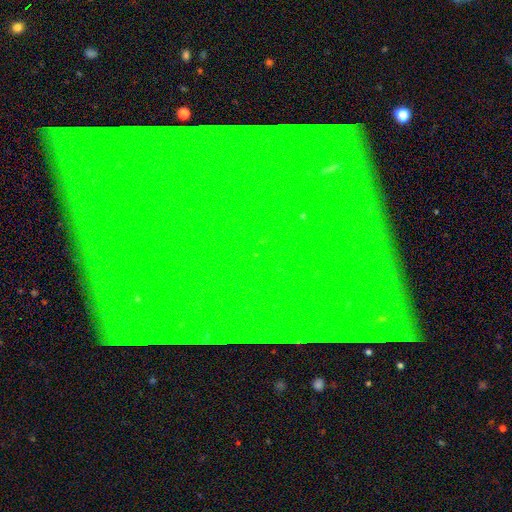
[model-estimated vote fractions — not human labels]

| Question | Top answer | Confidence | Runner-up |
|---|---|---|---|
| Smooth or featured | star or artifact | 84% | featured or disk (9%) |